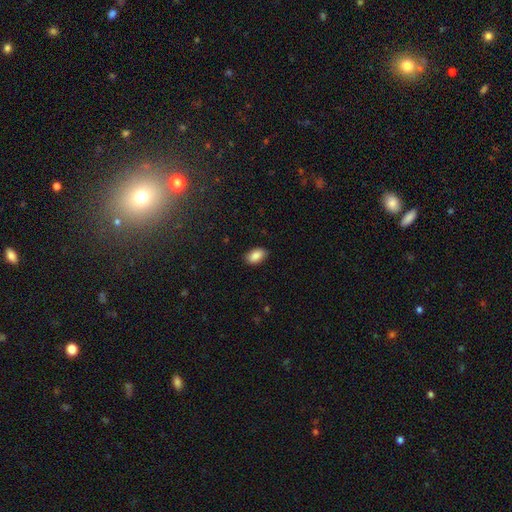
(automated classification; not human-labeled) smooth 88%, star or artifact 7%, featured or disk 5%. Down the decision tree: how rounded — in between (92%); merging — none (85%).